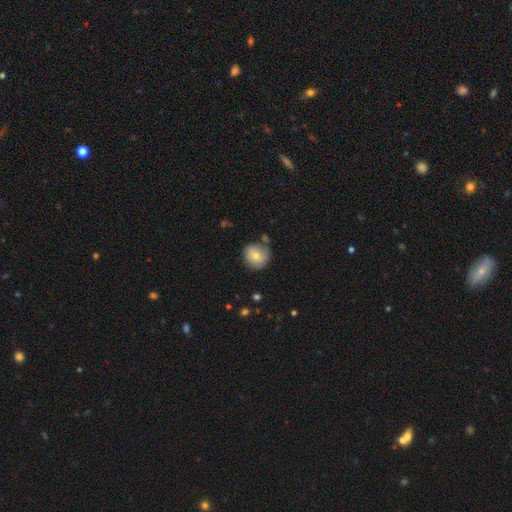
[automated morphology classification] Smooth or featured? smooth (70%)
How rounded? round (91%)
Merging? none (70%)